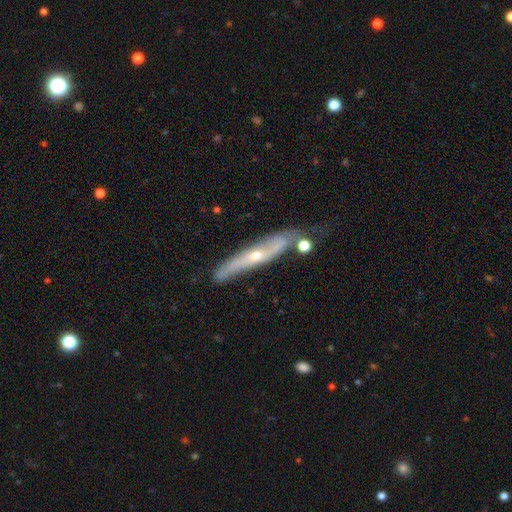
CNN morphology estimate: A featured or disk galaxy (69%) viewed edge-on (68%). Merging: none (56%).